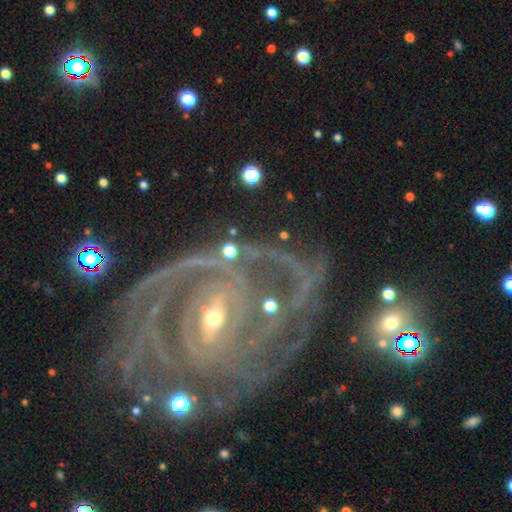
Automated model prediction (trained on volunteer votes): A featured or disk galaxy (89%) with a weak bar (40%), 2 (25%) tight (69%) spiral arms (96%) and a small central bulge (70%). Merging: none (68%).